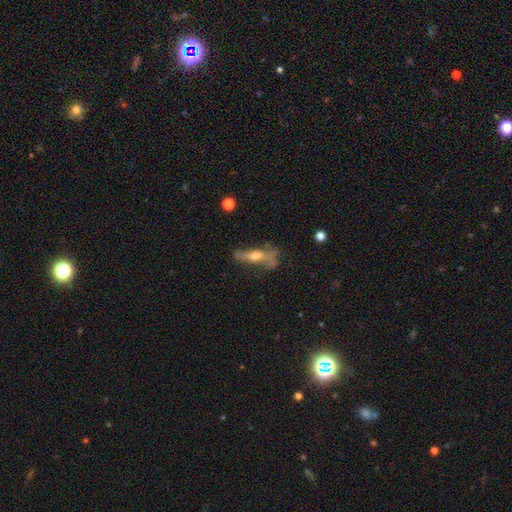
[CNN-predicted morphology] The model was most divided on "merging": none: 40%, major disturbance: 29%, minor disturbance: 24%, merger: 7%. More confident: edge-on disk — yes (62%); smooth or featured — featured or disk (59%).